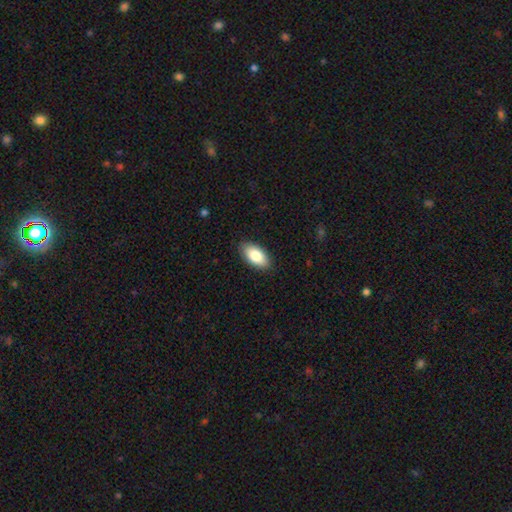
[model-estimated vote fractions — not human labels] The model was most divided on "smooth or featured": smooth: 83%, featured or disk: 10%, star or artifact: 6%. More confident: how rounded — in between (94%); merging — none (88%).